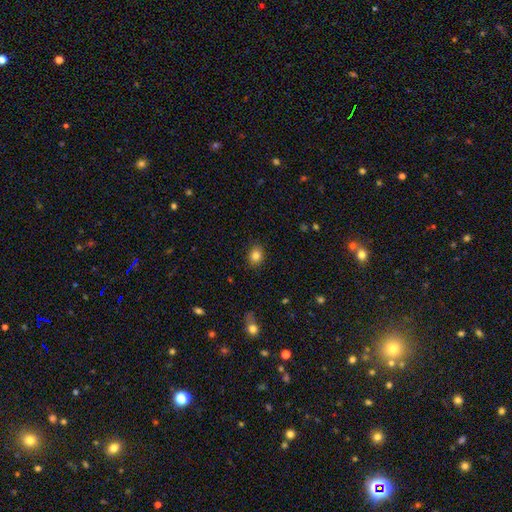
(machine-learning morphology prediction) type=smooth (83%); roundness=round (57%); merging=none (87%).